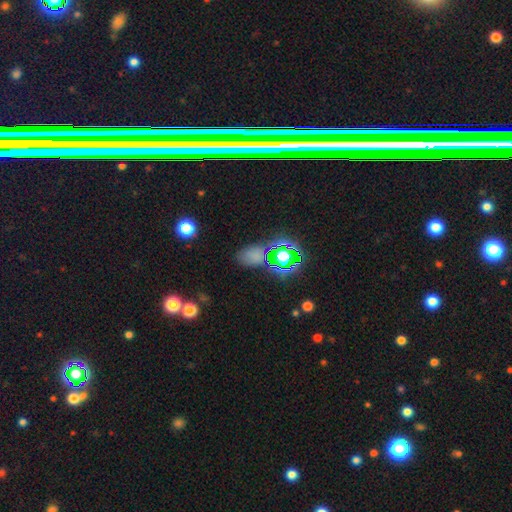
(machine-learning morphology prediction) This appears to be a smooth galaxy with no disk features (56%) that is in between round and cigar-shaped (77%). Merging: none (71%).